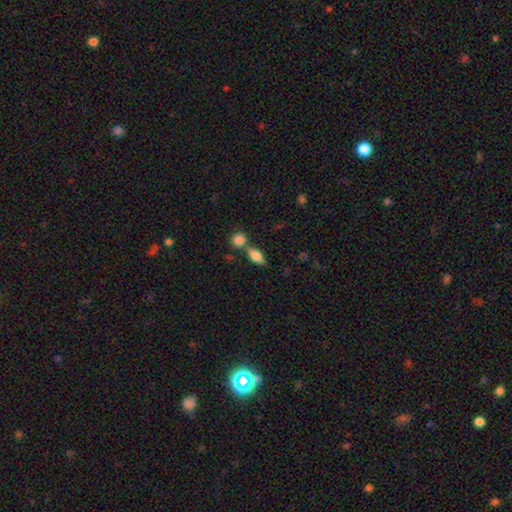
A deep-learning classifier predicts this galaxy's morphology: Smooth or featured: smooth — 74% (featured or disk — 18%)
How rounded: in between — 79% (cigar-shaped — 13%)
Merging: none — 59% (merger — 25%)